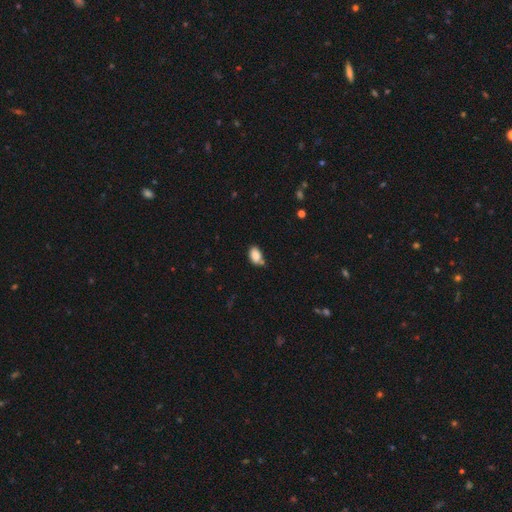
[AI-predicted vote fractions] A smooth galaxy with no disk features (86%) that is in between round and cigar-shaped (89%).

Vote fractions:
- Smooth or featured? smooth: 86% / star or artifact: 8% / featured or disk: 5%
- How rounded? in between: 89% / round: 9% / cigar-shaped: 2%
- Merging? none: 61% / minor disturbance: 23% / merger: 11% / major disturbance: 5%